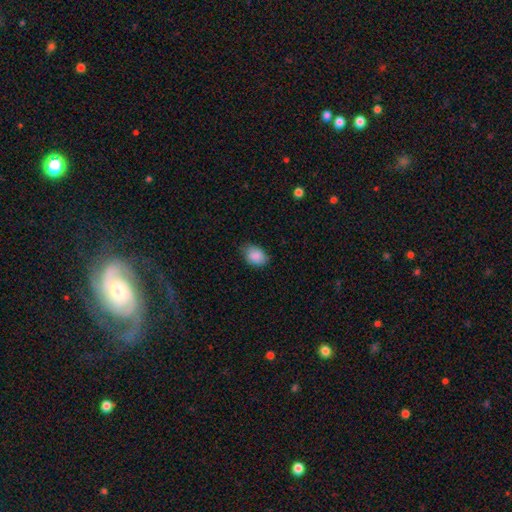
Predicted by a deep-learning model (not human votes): Overall: smooth (89%). How rounded: in between (73%). Merging: none (74%).